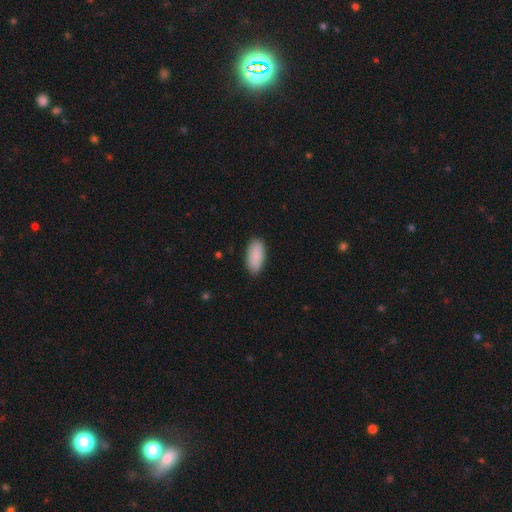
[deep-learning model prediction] smooth-or-featured: smooth: 90% | star or artifact: 6% | featured or disk: 4%
  how-rounded: in between: 92% | cigar-shaped: 6% | round: 2%
  merging: none: 86% | minor disturbance: 11% | major disturbance: 2% | merger: 1%